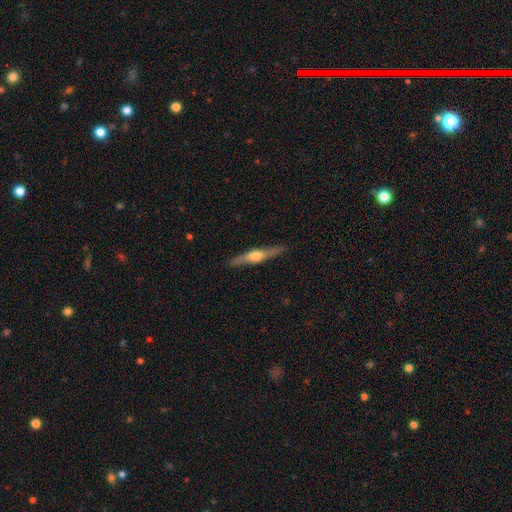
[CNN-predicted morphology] type=featured or disk (64%); edge-on=yes (95%); edge-on bulge=rounded (91%); merging=none (89%).